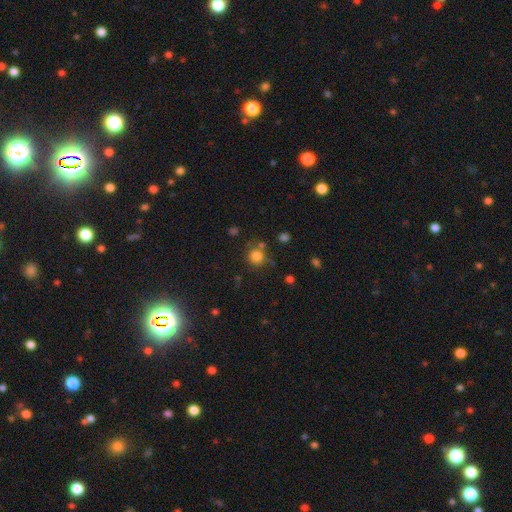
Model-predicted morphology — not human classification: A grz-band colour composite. It shows a smooth galaxy with no disk features (81%) that is round (90%). Merging: none (70%).